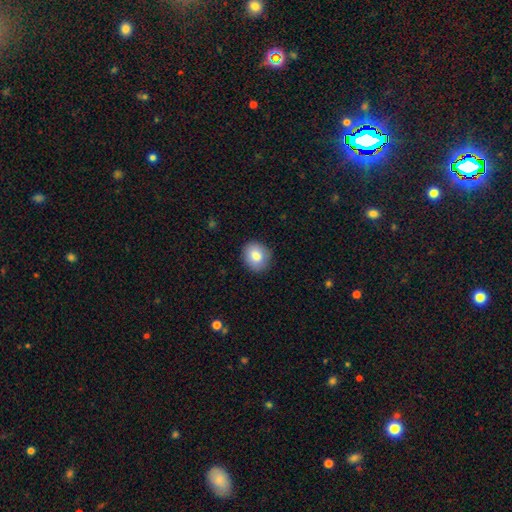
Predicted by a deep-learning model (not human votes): smooth-or-featured: smooth: 83% | featured or disk: 9% | star or artifact: 8%
  how-rounded: round: 69% | in between: 30% | cigar-shaped: 1%
  merging: none: 86% | minor disturbance: 10% | major disturbance: 2% | merger: 1%